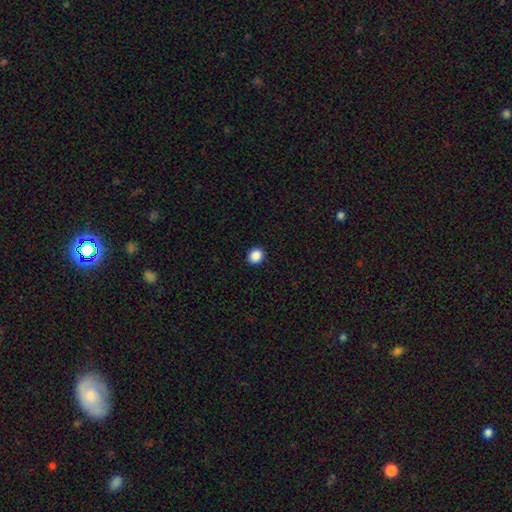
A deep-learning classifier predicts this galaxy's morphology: type=smooth (88%); roundness=round (78%); merging=none (93%).